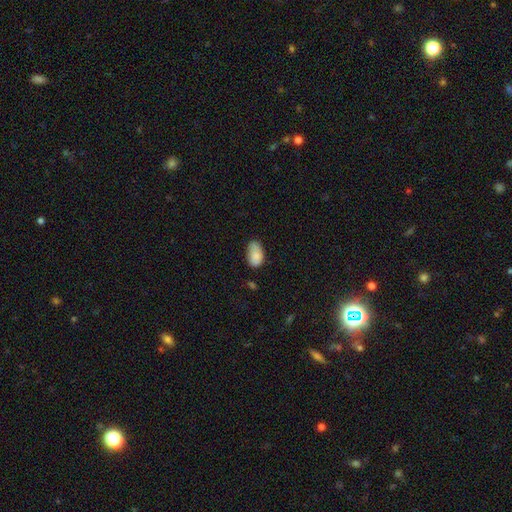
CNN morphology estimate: Overall: smooth (81%). How rounded: in between (91%). Merging: none (50%; minor disturbance 38%).